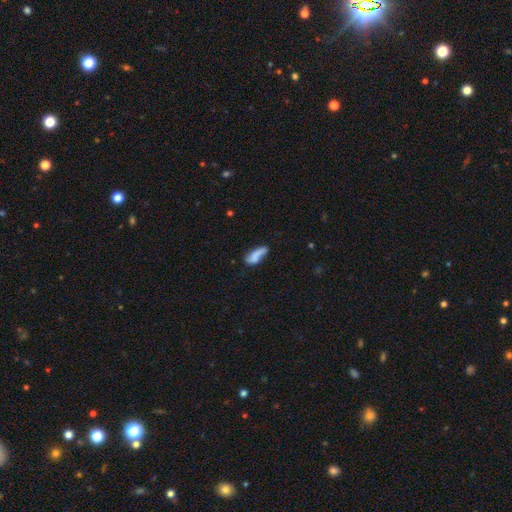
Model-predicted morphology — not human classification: Q: Smooth or featured?
A: smooth (69%); runner-up: featured or disk (23%)
Q: How rounded?
A: in between (63%); runner-up: cigar-shaped (34%)
Q: Merging?
A: none (46%); runner-up: minor disturbance (31%)